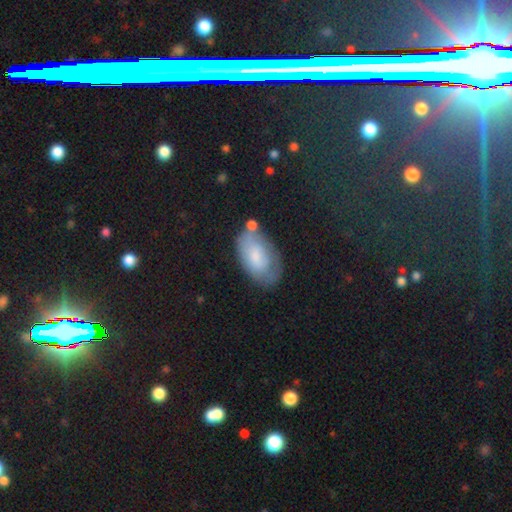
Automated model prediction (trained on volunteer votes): Morphology: type=smooth (66%); roundness=in between (94%); merging=none (56%).